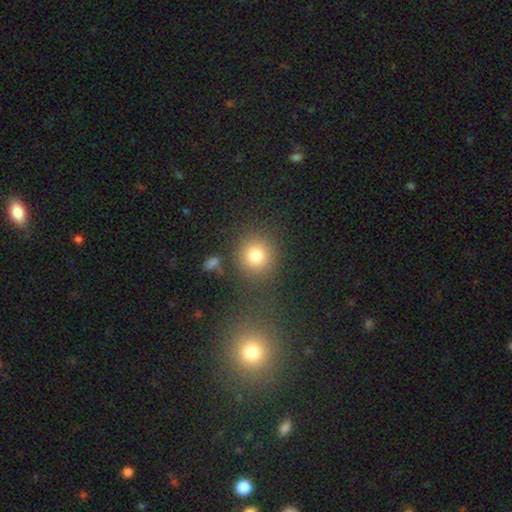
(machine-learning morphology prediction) Smooth or featured?
  - smooth: 81% *
  - star or artifact: 12%
  - featured or disk: 7%
How rounded?
  - round: 86% *
  - in between: 13%
  - cigar-shaped: 1%
Merging?
  - none: 76% *
  - minor disturbance: 10%
  - merger: 8%
  - major disturbance: 5%